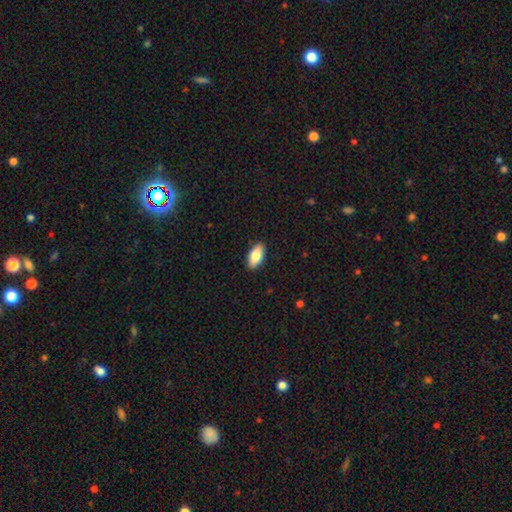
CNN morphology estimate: Q: Smooth or featured?
A: smooth (83%); runner-up: featured or disk (11%)
Q: How rounded?
A: in between (91%); runner-up: cigar-shaped (6%)
Q: Merging?
A: none (90%); runner-up: minor disturbance (7%)